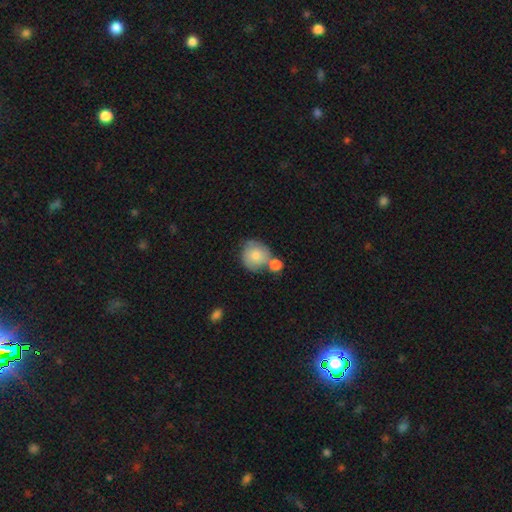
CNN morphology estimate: Smooth or featured? Predicted: smooth (p=0.74). How rounded? Predicted: round (p=0.85). Merging? Predicted: none (p=0.45).